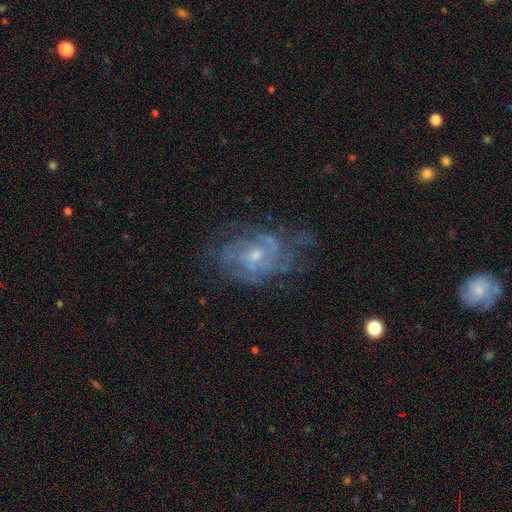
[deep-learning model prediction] Smooth or featured: featured or disk — 77% (smooth — 14%)
Edge-on disk: no — 97% (yes — 3%)
Bar: no — 64% (weak — 32%)
Spiral arms: yes — 76% (no — 24%)
Spiral winding: tight — 46% (medium — 39%)
Spiral arm count: can't tell — 50% (2 — 23%)
Bulge size: small — 52% (moderate — 40%)
Merging: none — 58% (minor disturbance — 22%)